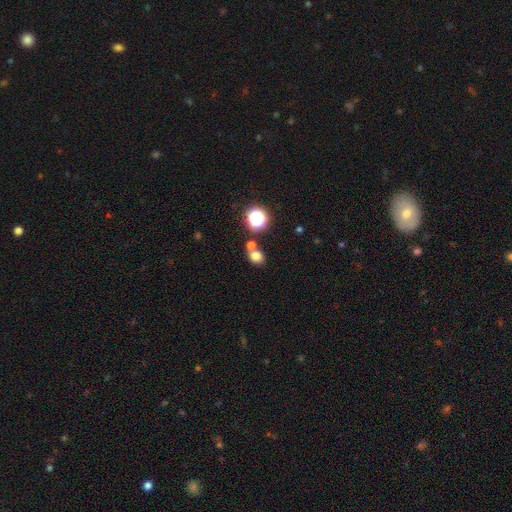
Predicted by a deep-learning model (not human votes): This appears to be a smooth galaxy with no disk features (75%) that is round (67%). Merging: none (58%).